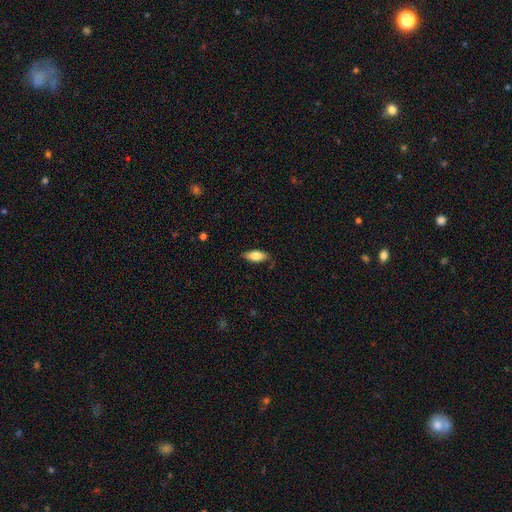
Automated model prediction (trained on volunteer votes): Smooth or featured? smooth (79%)
How rounded? in between (84%)
Merging? none (79%)